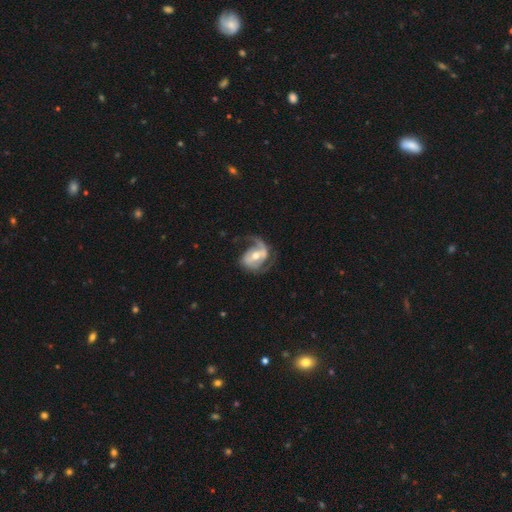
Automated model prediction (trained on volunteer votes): A featured or disk galaxy (85%) with a weak bar (38%, tied with strong), 2 (71%) medium (46%) spiral arms (93%) and a moderate central bulge (64%). Merging: none (54%).